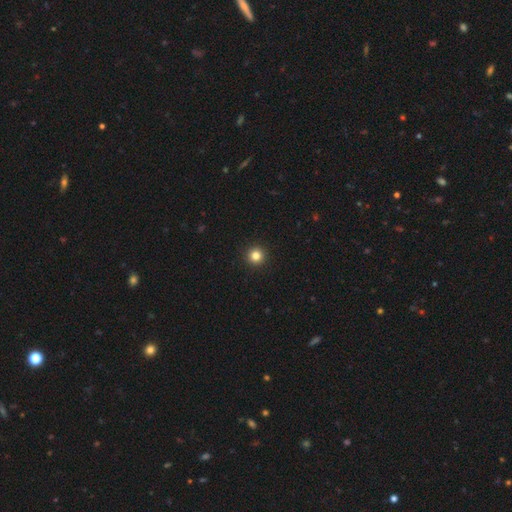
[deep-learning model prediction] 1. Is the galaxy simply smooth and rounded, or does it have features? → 83% smooth, 13% star or artifact, 5% featured or disk.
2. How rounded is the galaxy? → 96% round, 3% in between, 1% cigar-shaped.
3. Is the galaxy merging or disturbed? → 94% none, 4% minor disturbance, 1% major disturbance, 1% merger.